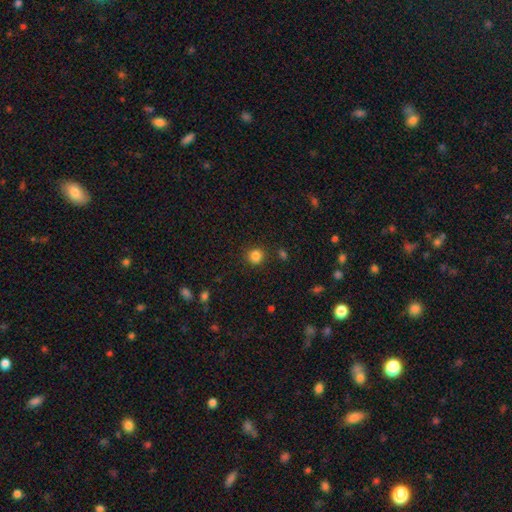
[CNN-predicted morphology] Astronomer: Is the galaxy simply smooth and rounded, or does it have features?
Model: smooth — 84%.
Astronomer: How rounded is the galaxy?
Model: round — 88%.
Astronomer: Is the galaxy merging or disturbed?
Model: none — 87%.